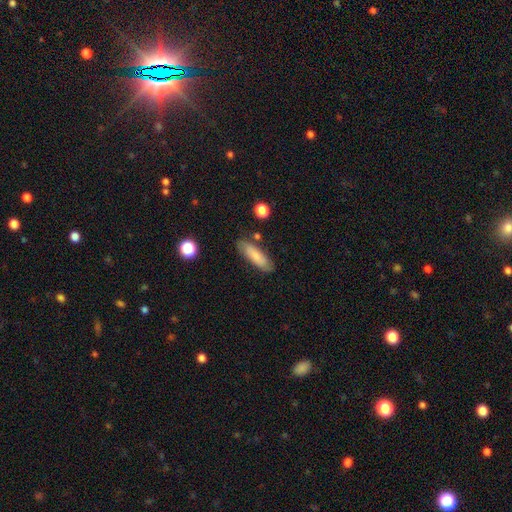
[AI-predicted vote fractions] Smooth or featured? Predicted: smooth (p=0.75). How rounded? Predicted: cigar-shaped (p=0.50). Merging? Predicted: none (p=0.79).